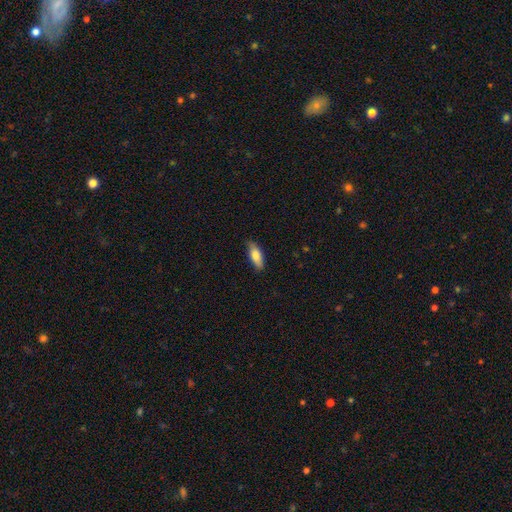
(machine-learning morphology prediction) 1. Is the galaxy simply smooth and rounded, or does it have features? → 83% smooth, 11% featured or disk, 6% star or artifact.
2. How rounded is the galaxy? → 69% in between, 29% cigar-shaped, 2% round.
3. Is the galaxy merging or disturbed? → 80% none, 16% minor disturbance, 3% major disturbance, 1% merger.